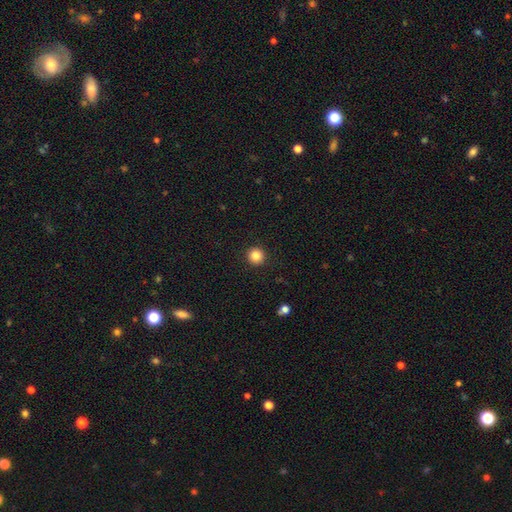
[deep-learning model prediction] Smooth or featured? Predicted: smooth (p=0.85). How rounded? Predicted: round (p=0.95). Merging? Predicted: none (p=0.93).